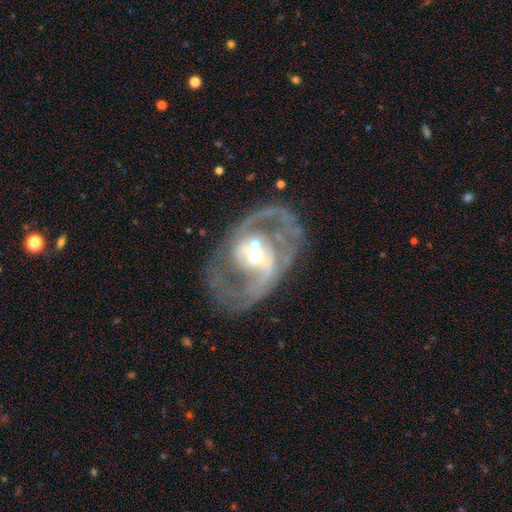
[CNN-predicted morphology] This appears to be a featured or disk galaxy (86%) with a weak bar (36%), 2 (84%) medium (50%) spiral arms (86%) and a moderate central bulge (61%). Merging: none (58%).